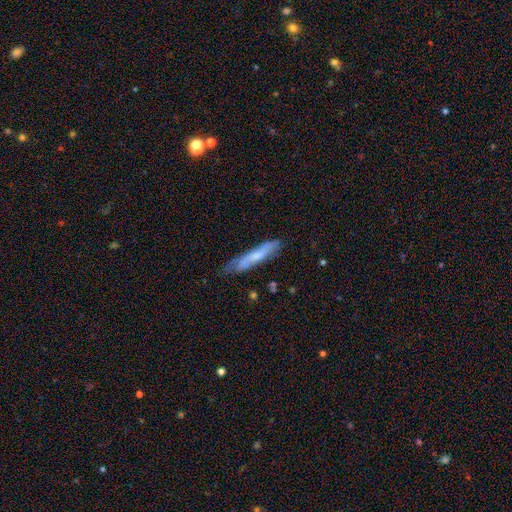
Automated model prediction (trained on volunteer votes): Q: Smooth or featured?
A: smooth (49%); runner-up: featured or disk (44%)
Q: Merging?
A: none (65%); runner-up: minor disturbance (26%)